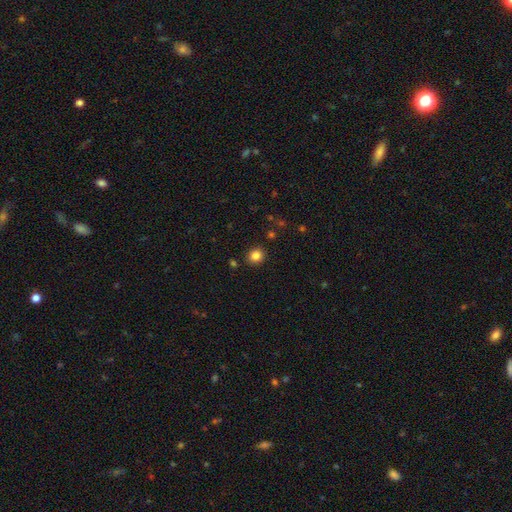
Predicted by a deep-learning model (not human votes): A smooth galaxy with no disk features (84%) that is round (80%). Merging: none (89%).